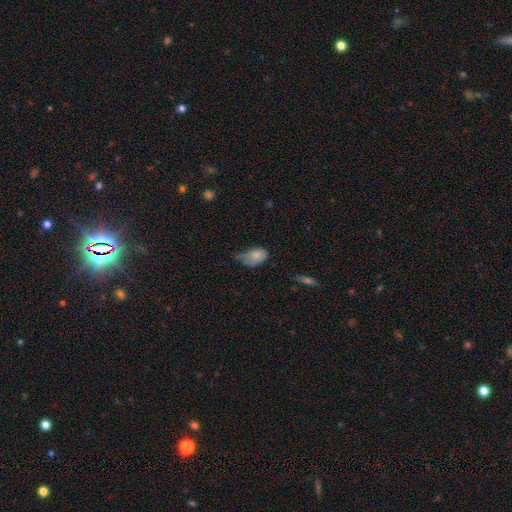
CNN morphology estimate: Smooth or featured?
  - smooth: 78% *
  - featured or disk: 14%
  - star or artifact: 8%
How rounded?
  - in between: 89% *
  - round: 9%
  - cigar-shaped: 2%
Merging?
  - minor disturbance: 45% *
  - major disturbance: 29%
  - none: 22%
  - merger: 3%